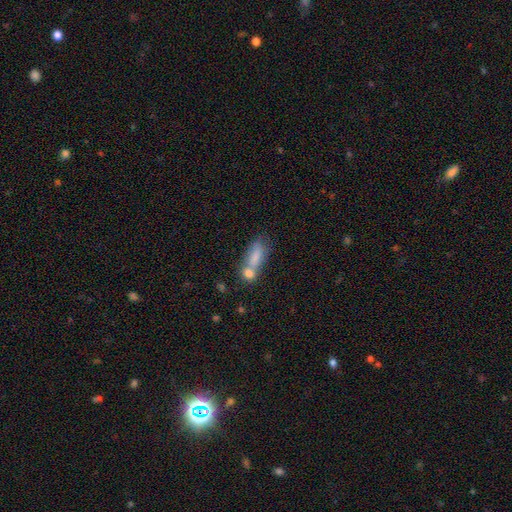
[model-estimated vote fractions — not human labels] smooth 77%, featured or disk 15%, star or artifact 9%. Down the decision tree: how rounded — in between (72%); merging — merger (51%).